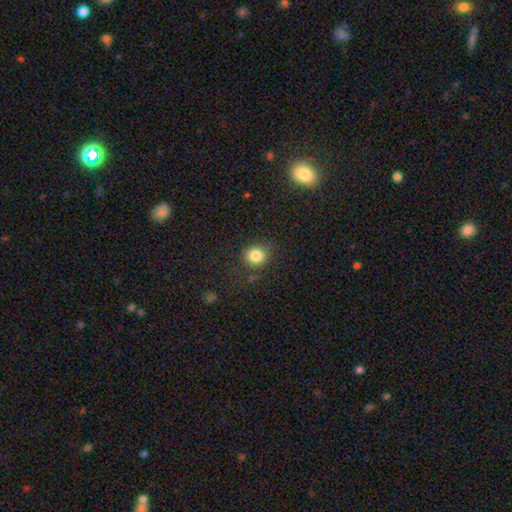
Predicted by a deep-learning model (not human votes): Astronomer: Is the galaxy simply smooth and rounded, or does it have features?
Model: smooth — 82%.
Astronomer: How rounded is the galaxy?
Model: round — 81%.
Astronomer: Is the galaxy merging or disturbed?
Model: none — 79%.